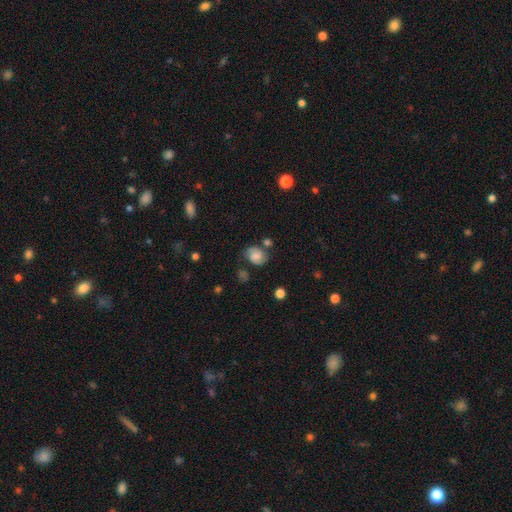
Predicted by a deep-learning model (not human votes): This appears to be a smooth galaxy with no disk features (51%) that is in between round and cigar-shaped (52%). Merging: none (62%).